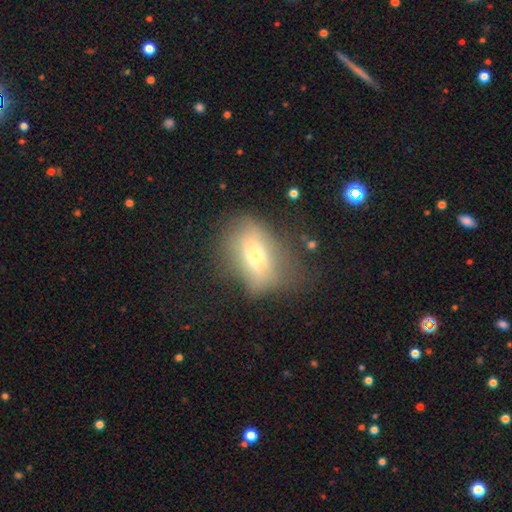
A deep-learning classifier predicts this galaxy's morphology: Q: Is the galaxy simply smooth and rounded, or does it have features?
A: smooth — 57%.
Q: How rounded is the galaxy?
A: in between — 75%.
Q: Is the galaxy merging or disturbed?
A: none — 50%.